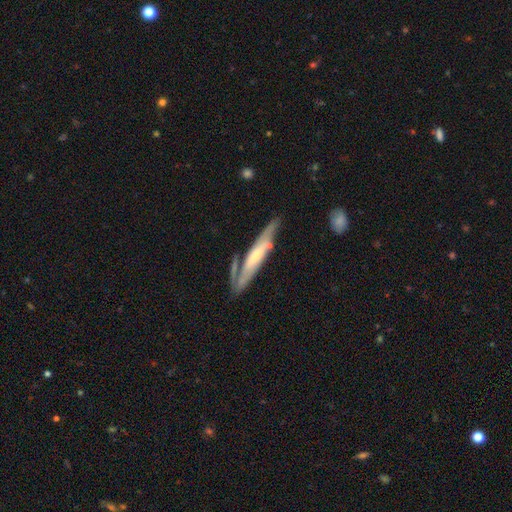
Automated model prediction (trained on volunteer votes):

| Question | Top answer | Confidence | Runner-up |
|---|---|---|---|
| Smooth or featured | featured or disk | 62% | smooth (33%) |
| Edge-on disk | yes | 65% | no (35%) |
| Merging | none | 64% | minor disturbance (20%) |